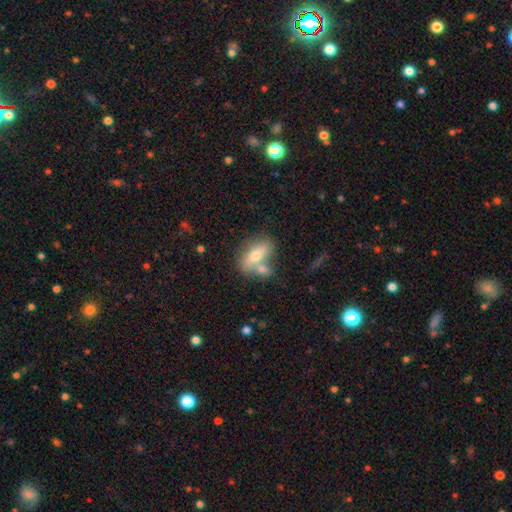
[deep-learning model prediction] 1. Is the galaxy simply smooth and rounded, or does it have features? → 61% smooth, 31% featured or disk, 8% star or artifact.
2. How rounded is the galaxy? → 78% in between, 13% cigar-shaped, 9% round.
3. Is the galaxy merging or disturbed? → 49% none, 34% merger, 12% minor disturbance, 5% major disturbance.